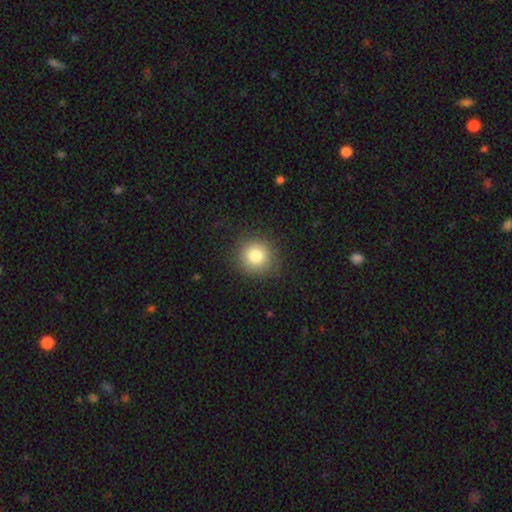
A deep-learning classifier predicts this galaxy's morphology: Smooth or featured?
  - smooth: 81% *
  - star or artifact: 11%
  - featured or disk: 8%
How rounded?
  - round: 92% *
  - in between: 7%
  - cigar-shaped: 1%
Merging?
  - none: 88% *
  - minor disturbance: 9%
  - major disturbance: 3%
  - merger: 1%